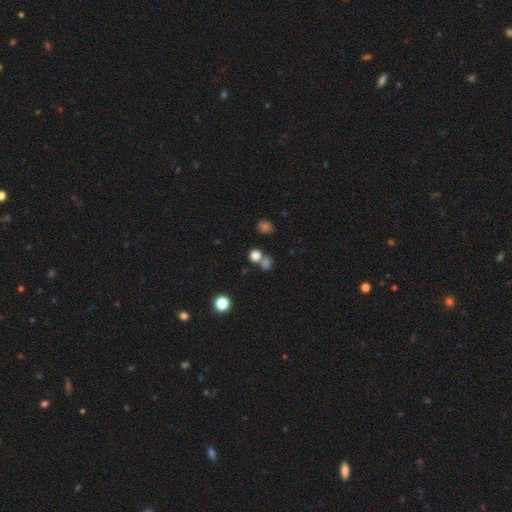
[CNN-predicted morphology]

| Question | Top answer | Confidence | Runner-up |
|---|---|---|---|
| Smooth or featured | smooth | 75% | star or artifact (18%) |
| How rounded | round | 81% | in between (17%) |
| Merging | none | 53% | merger (34%) |